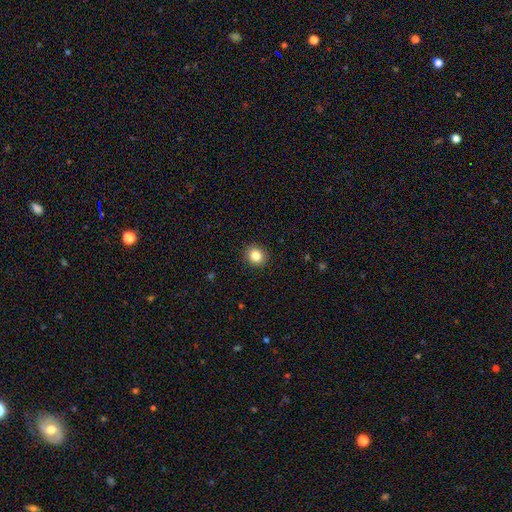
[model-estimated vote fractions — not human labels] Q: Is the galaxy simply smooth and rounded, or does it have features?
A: smooth — 84%.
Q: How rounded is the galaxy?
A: round — 78%.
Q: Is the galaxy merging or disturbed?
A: none — 91%.